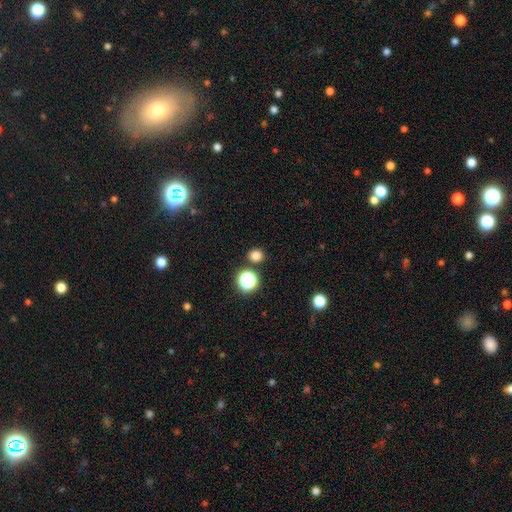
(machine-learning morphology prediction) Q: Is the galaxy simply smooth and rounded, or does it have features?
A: smooth — 78%.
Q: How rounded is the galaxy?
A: round — 85%.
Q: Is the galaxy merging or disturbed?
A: none — 86%.